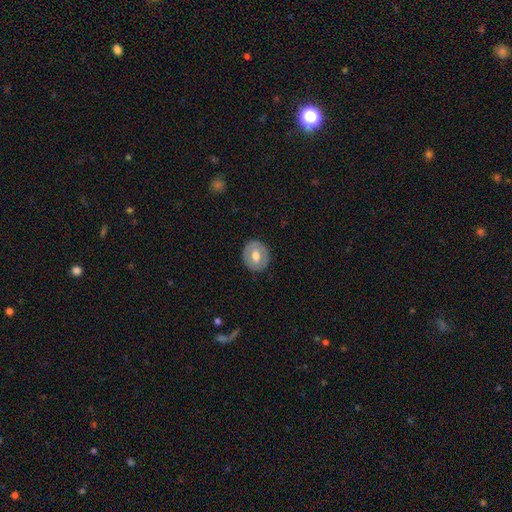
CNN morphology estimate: smooth 55%, featured or disk 39%, star or artifact 6%. Down the decision tree: how rounded — round (72%); merging — none (86%).